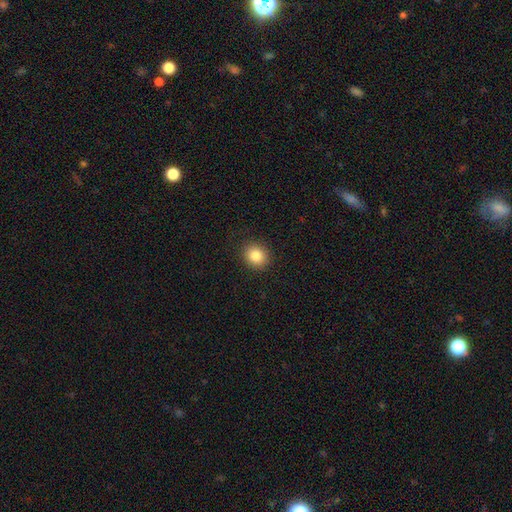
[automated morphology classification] This appears to be a smooth galaxy with no disk features (85%) that is round (76%). Merging: none (90%).